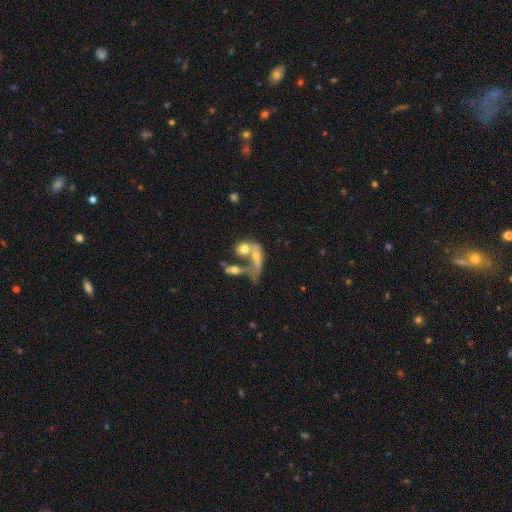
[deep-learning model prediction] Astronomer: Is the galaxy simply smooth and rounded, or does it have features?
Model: featured or disk — 45% (runner-up: smooth, 42%).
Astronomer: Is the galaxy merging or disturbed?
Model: merger — 58%.